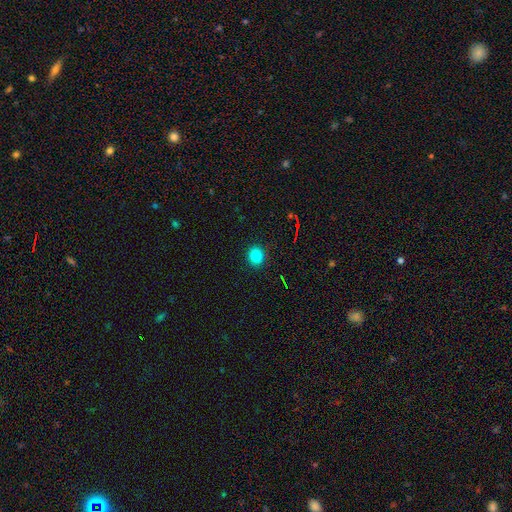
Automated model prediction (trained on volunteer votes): Smooth or featured? Predicted: smooth (p=0.84). How rounded? Predicted: round (p=0.78). Merging? Predicted: none (p=0.90).